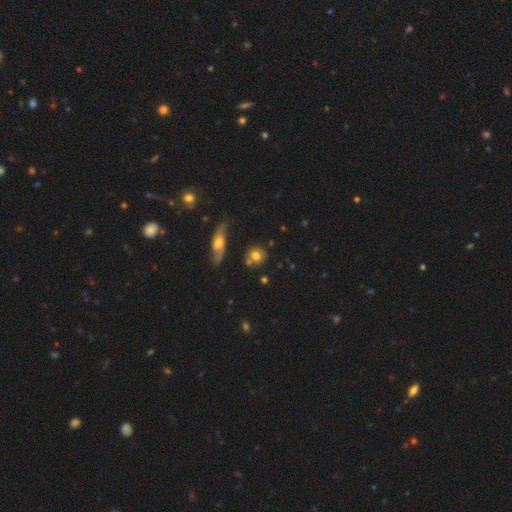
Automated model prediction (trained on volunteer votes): Smooth or featured?
  - smooth: 75% *
  - featured or disk: 15%
  - star or artifact: 11%
How rounded?
  - round: 85% *
  - in between: 13%
  - cigar-shaped: 2%
Merging?
  - none: 74% *
  - minor disturbance: 13%
  - merger: 9%
  - major disturbance: 4%